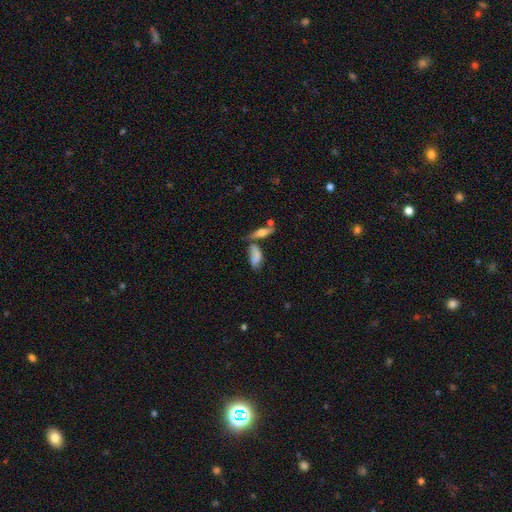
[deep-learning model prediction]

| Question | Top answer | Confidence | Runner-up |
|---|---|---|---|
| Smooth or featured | smooth | 64% | featured or disk (26%) |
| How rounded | in between | 74% | cigar-shaped (22%) |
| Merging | none | 40% | merger (27%) |